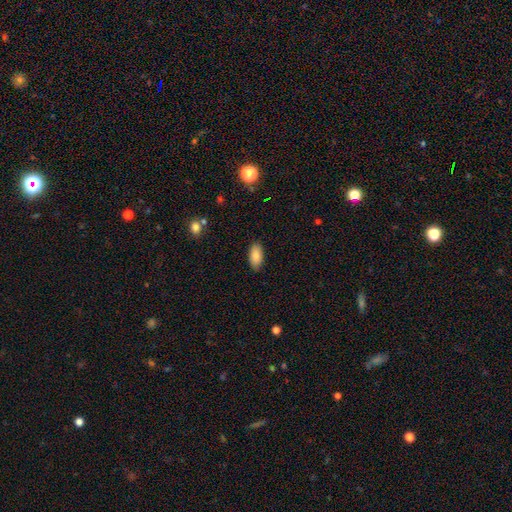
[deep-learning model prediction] This appears to be a smooth galaxy with no disk features (87%) that is in between round and cigar-shaped (93%). Merging: none (87%).